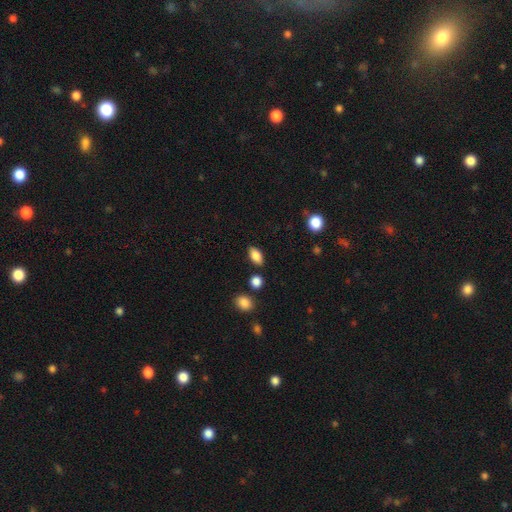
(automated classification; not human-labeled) Morphology: type=smooth (84%); roundness=in between (89%); merging=none (84%).